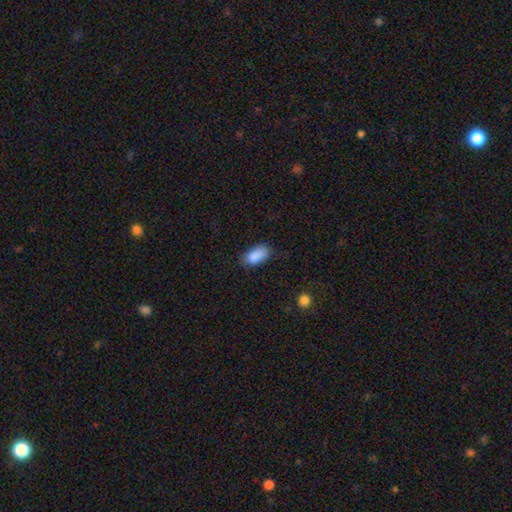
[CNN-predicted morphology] The model was most divided on "merging": none: 72%, minor disturbance: 22%, major disturbance: 5%, merger: 2%. More confident: how rounded — in between (93%); smooth or featured — smooth (88%).